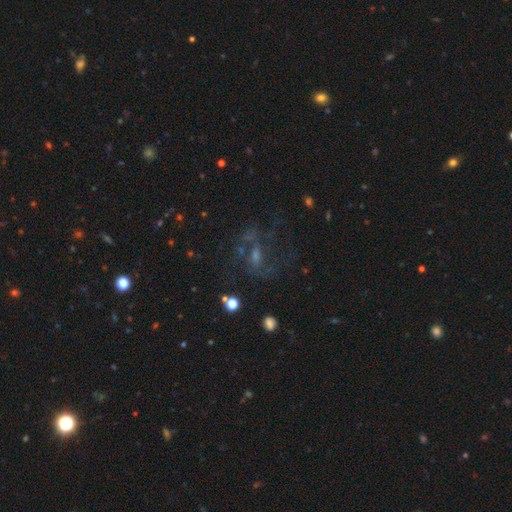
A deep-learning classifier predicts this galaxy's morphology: type=featured or disk (56%); edge-on=no (95%); bar=no (45%); spiral arms=yes (64%); bulge=small (38%); merging=none (50%).